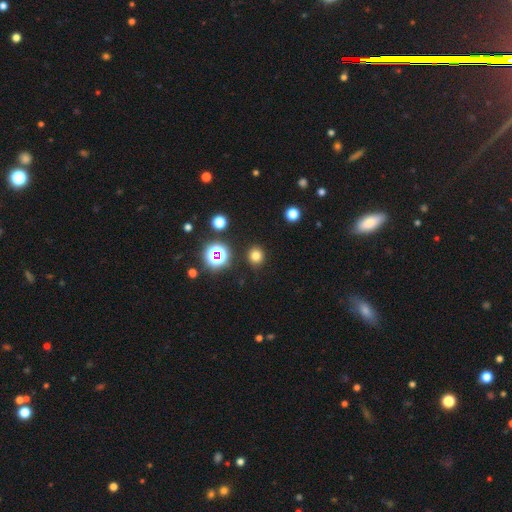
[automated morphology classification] This appears to be a smooth galaxy with no disk features (75%) that is round (87%). Merging: none (90%).